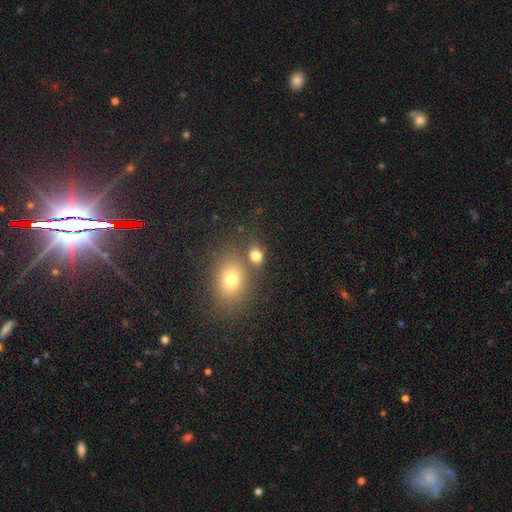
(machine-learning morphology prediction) smooth_or_featured: smooth (p=0.78) [alt: star or artifact p=0.14]
how_rounded: in between (p=0.51) [alt: round p=0.47]
merging: none (p=0.62) [alt: merger p=0.22]